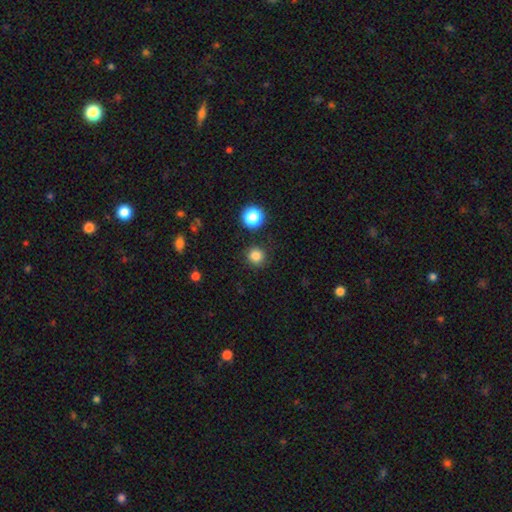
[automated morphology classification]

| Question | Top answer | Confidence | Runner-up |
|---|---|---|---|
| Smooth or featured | smooth | 83% | star or artifact (13%) |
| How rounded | round | 94% | in between (5%) |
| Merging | none | 89% | minor disturbance (6%) |